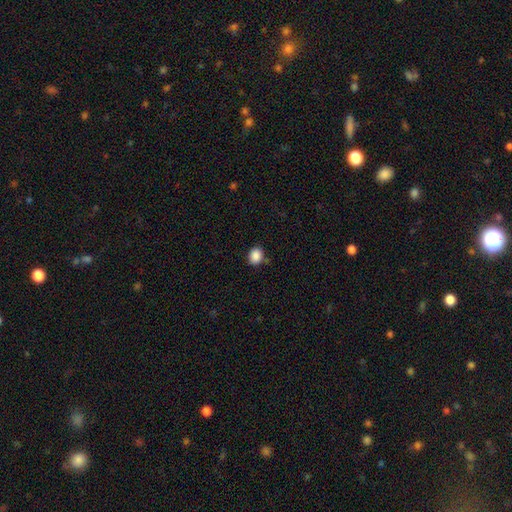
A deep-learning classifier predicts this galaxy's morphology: Overall: smooth (88%). How rounded: round (52%; in between 48%). Merging: none (80%).